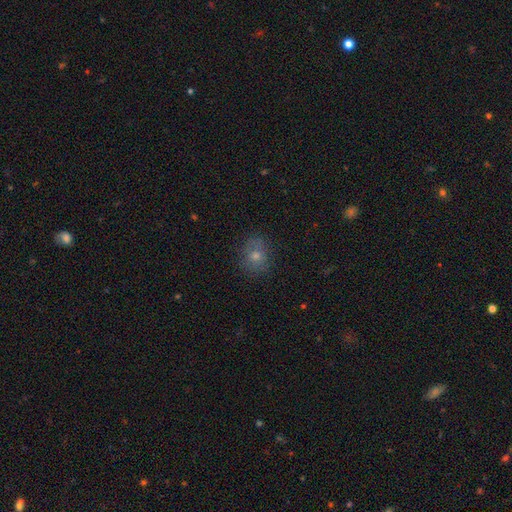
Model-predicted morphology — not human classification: This appears to be a smooth galaxy with no disk features (62%) that is round (69%). Merging: none (82%).